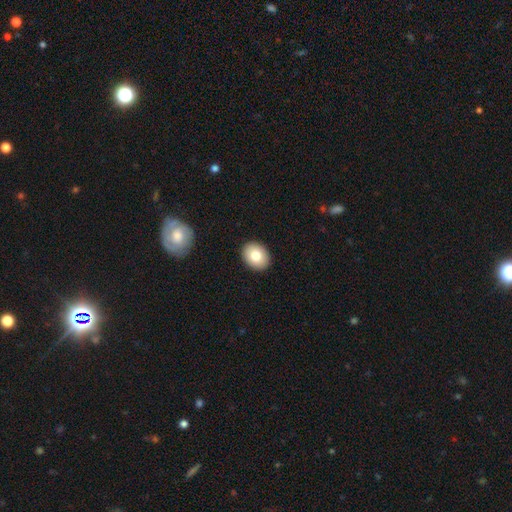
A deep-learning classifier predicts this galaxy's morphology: Smooth or featured? Predicted: smooth (p=0.80). How rounded? Predicted: in between (p=0.52). Merging? Predicted: none (p=0.91).